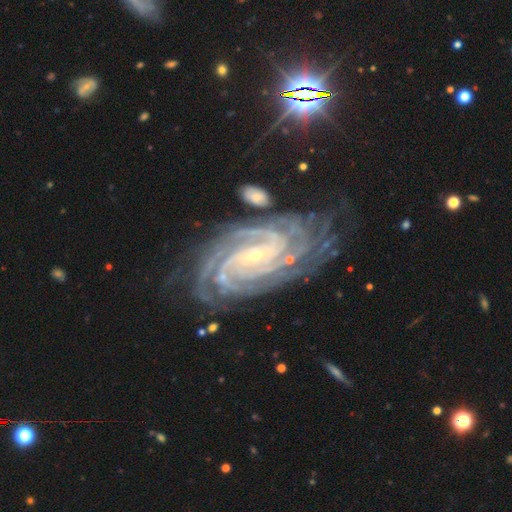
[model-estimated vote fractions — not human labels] This is clearly a featured or disk galaxy (92%). It is clearly not viewed edge-on (97%). Bar: marginally weak (37%). Spiral arm pattern: clearly yes (99%). Spiral arm count: marginally 4 (32%). Spiral winding: likely tight (79%). Central bulge: clearly small (83%). Merging: likely none (70%).